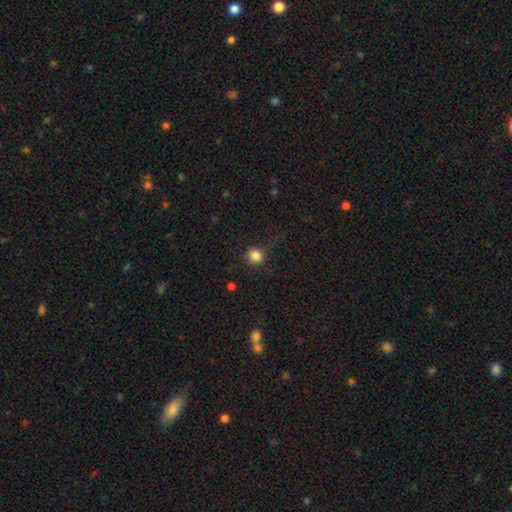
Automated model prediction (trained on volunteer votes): A smooth galaxy with no disk features (84%) that is round (90%). Merging: none (82%).